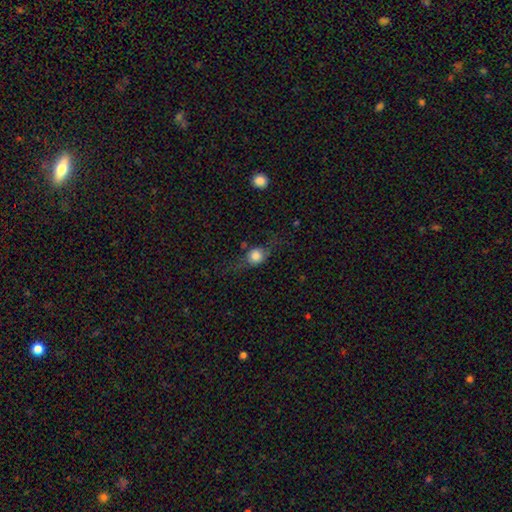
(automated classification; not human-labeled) Smooth or featured: smooth — 60% (featured or disk — 30%)
How rounded: round — 68% (in between — 27%)
Merging: none — 60% (minor disturbance — 22%)